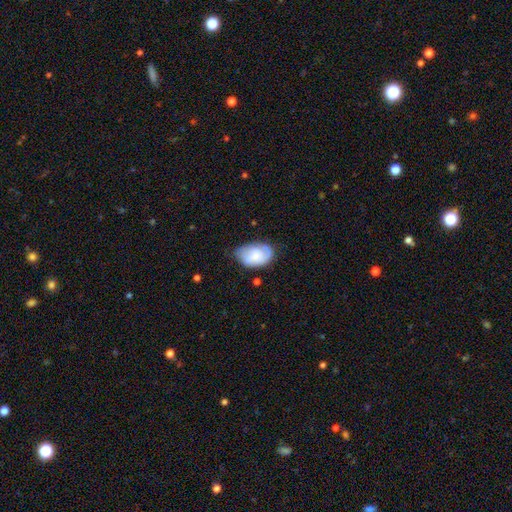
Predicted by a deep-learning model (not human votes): smooth 63%, featured or disk 30%, star or artifact 7%. Down the decision tree: how rounded — in between (87%); merging — none (51%).